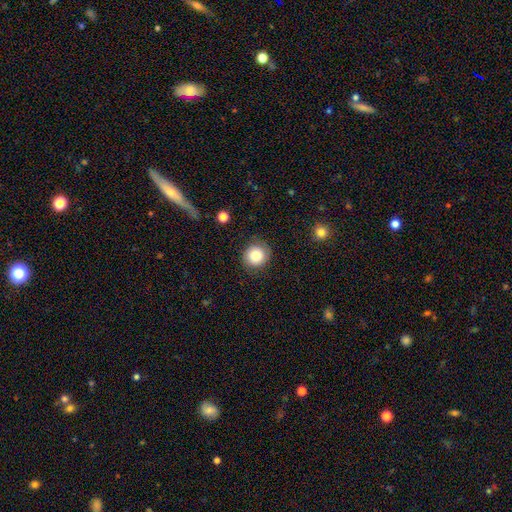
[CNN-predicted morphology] Q: Smooth or featured?
A: smooth (85%); runner-up: star or artifact (9%)
Q: How rounded?
A: round (88%); runner-up: in between (11%)
Q: Merging?
A: none (85%); runner-up: minor disturbance (11%)